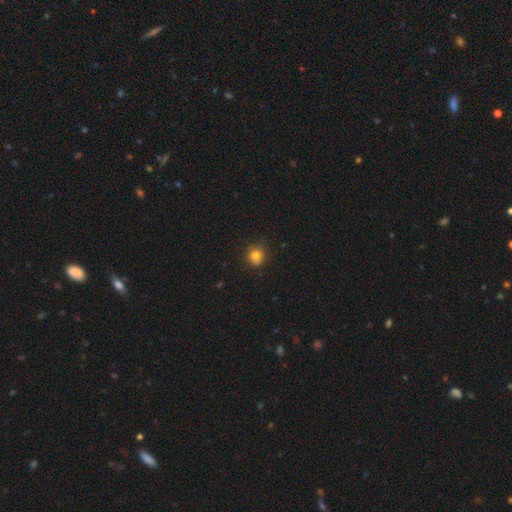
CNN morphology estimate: This appears to be a smooth galaxy with no disk features (78%) that is round (82%). Merging: none (68%).